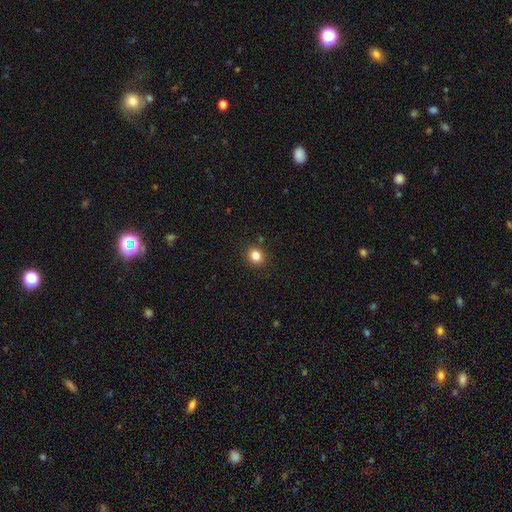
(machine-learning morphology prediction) Smooth or featured?
  - smooth: 83% *
  - star or artifact: 12%
  - featured or disk: 5%
How rounded?
  - round: 73% *
  - in between: 26%
  - cigar-shaped: 1%
Merging?
  - none: 89% *
  - minor disturbance: 7%
  - major disturbance: 2%
  - merger: 2%